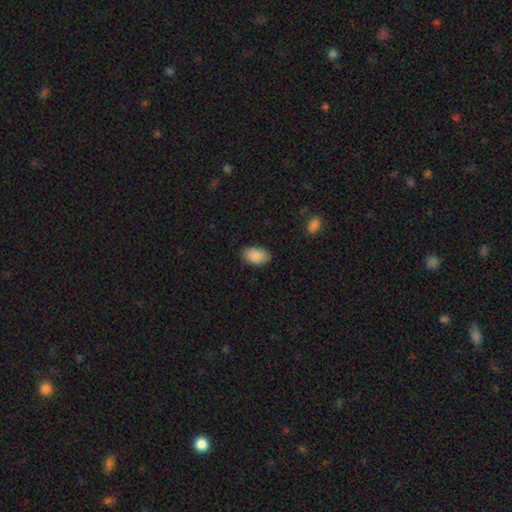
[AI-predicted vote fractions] The model was most divided on "merging": none: 85%, minor disturbance: 11%, major disturbance: 2%, merger: 1%. More confident: how rounded — in between (92%); smooth or featured — smooth (90%).